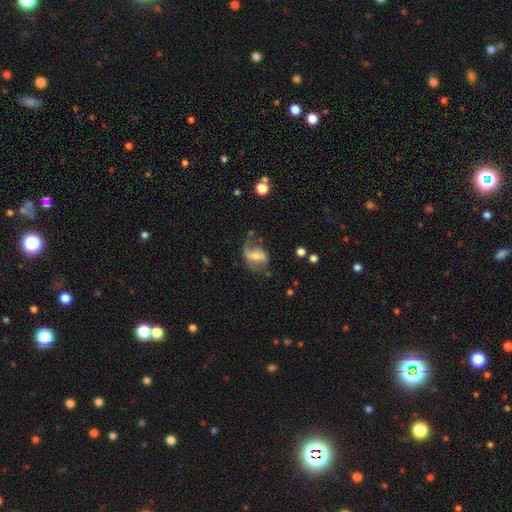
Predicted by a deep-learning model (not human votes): Overall: featured or disk (68%). Edge-on disk: no (96%). Bar: weak (40%; strong 35%). Spiral arms: yes (84%). Spiral arm count: 2 (71%). Spiral winding: loose (63%; medium 28%). Bulge size: small (39%; moderate 36%). Merging: none (47%; major disturbance 25%).